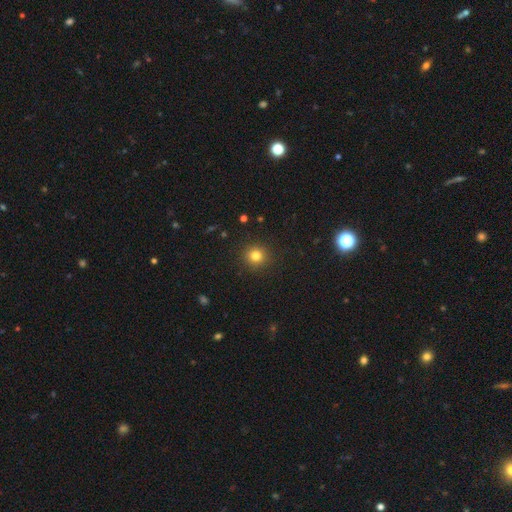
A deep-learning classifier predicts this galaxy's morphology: Overall: smooth (81%). How rounded: round (93%). Merging: none (91%).